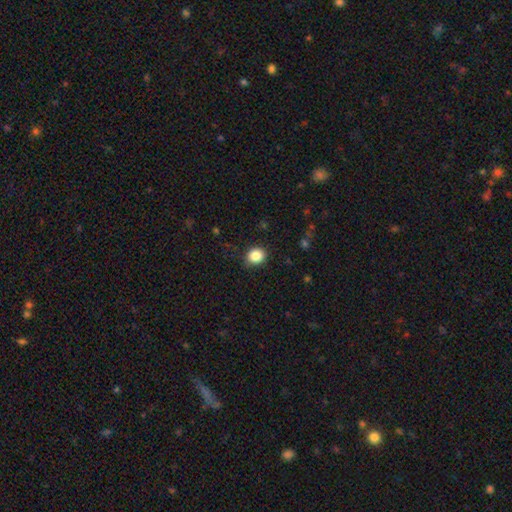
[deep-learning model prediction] Smooth or featured: smooth — 86% (star or artifact — 10%)
How rounded: round — 78% (in between — 21%)
Merging: none — 86% (minor disturbance — 10%)